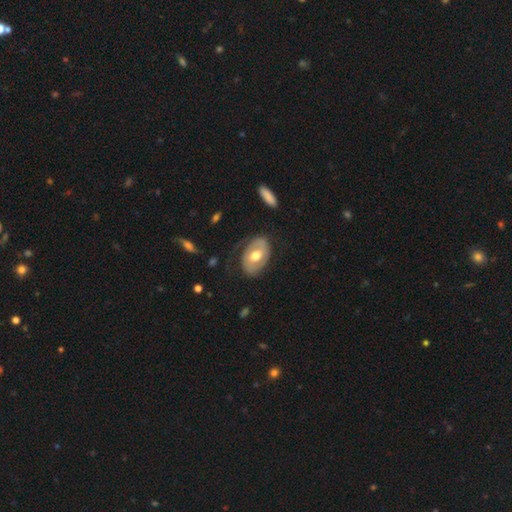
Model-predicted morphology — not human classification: Smooth or featured?
  - featured or disk: 55% *
  - smooth: 40%
  - star or artifact: 5%
Edge-on disk?
  - no: 93% *
  - yes: 7%
Bar?
  - no: 54% *
  - weak: 32%
  - strong: 14%
Spiral arms?
  - yes: 50% * (tied)
  - no: 50% * (tied)
Bulge size?
  - moderate: 74% *
  - large: 15%
  - small: 8%
  - dominant: 1%
  - none: 1%
Merging?
  - none: 70% *
  - minor disturbance: 19%
  - major disturbance: 10%
  - merger: 2%